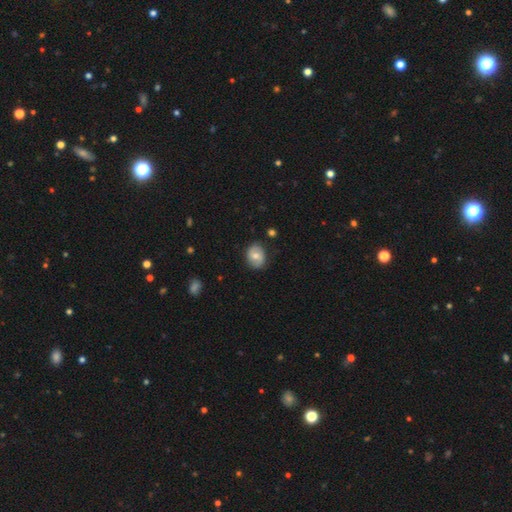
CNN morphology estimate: smooth-or-featured: smooth: 60% | featured or disk: 32% | star or artifact: 8%
  how-rounded: in between: 54% | round: 45% | cigar-shaped: 1%
  merging: none: 79% | minor disturbance: 16% | major disturbance: 3% | merger: 2%